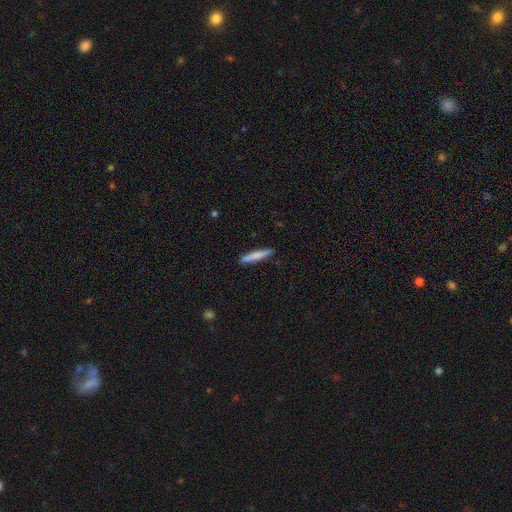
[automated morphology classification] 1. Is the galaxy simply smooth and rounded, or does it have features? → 77% smooth, 18% featured or disk, 5% star or artifact.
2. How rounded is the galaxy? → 94% cigar-shaped, 5% in between, 1% round.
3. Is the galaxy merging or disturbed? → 91% none, 7% minor disturbance, 1% major disturbance, 1% merger.